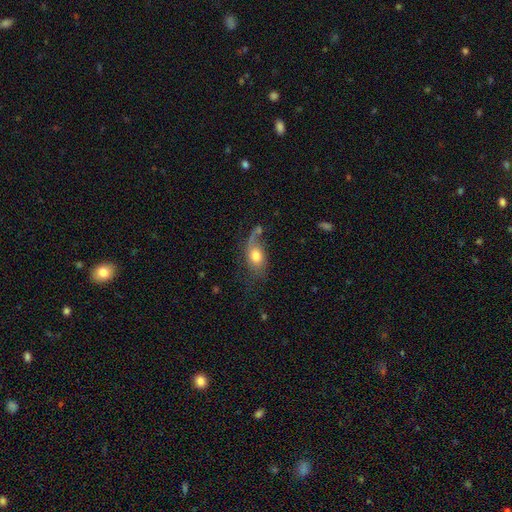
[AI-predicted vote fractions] Smooth or featured? smooth (63%)
How rounded? in between (80%)
Merging? none (39%)